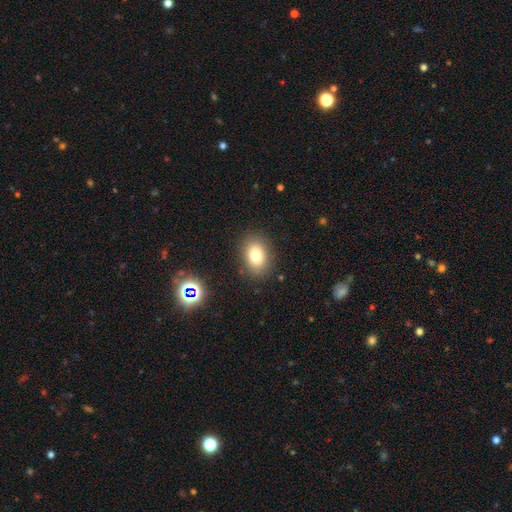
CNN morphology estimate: This appears to be a smooth galaxy with no disk features (79%) that is in between round and cigar-shaped (74%). Merging: none (85%).